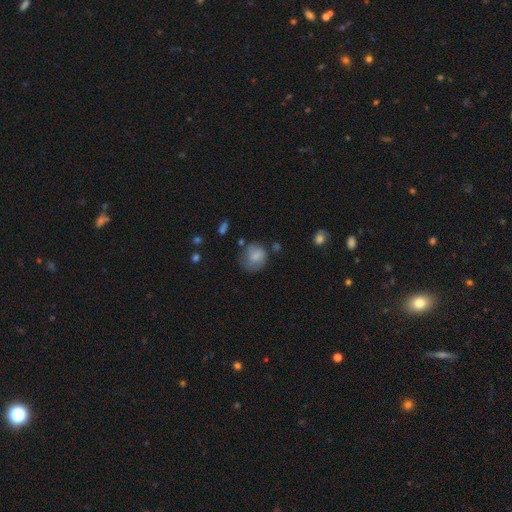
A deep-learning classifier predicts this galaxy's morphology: This appears to be a smooth galaxy with no disk features (75%) that is round (69%). Merging: none (51%).